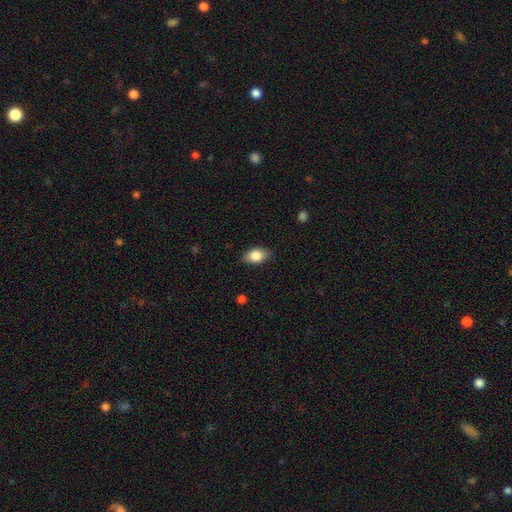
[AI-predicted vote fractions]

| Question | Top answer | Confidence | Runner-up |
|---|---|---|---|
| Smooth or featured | smooth | 83% | featured or disk (10%) |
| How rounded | in between | 89% | round (8%) |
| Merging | none | 84% | minor disturbance (13%) |